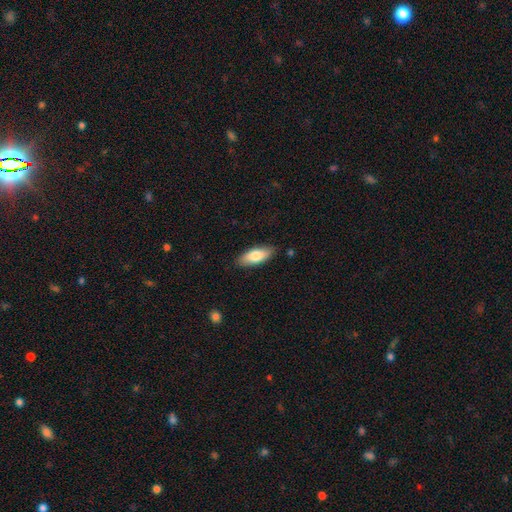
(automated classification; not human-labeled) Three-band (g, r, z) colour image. It shows a smooth galaxy with no disk features (78%) that is in between round and cigar-shaped (78%). Merging: none (87%).